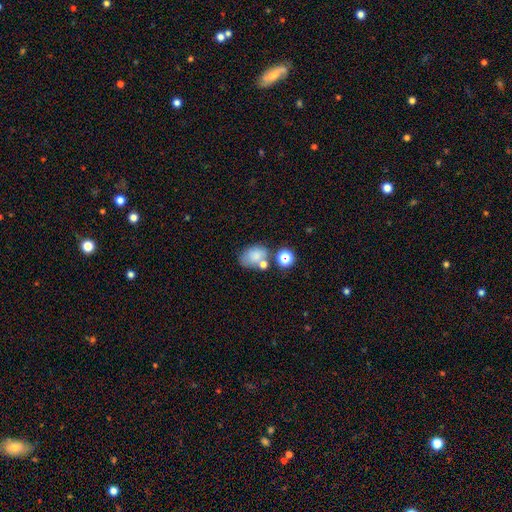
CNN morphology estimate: Overall: smooth (75%). How rounded: in between (77%). Merging: none (51%; merger 23%).